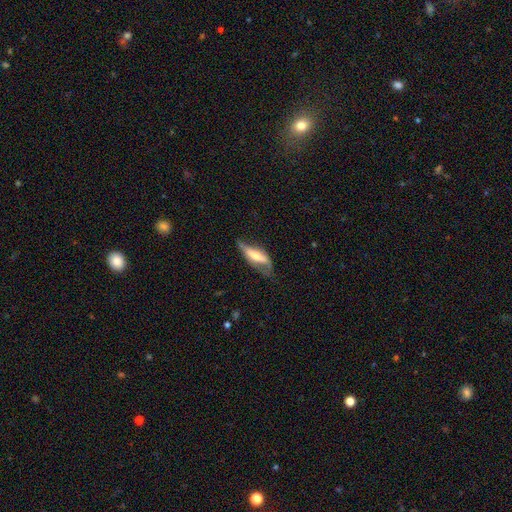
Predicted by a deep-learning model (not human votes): A featured or disk galaxy (55%) viewed edge-on (50%, tied with no).

Vote fractions:
- Smooth or featured? featured or disk: 55% / smooth: 39% / star or artifact: 6%
- Edge-on disk? yes: 50% (tied) / no: 50% (tied)
- Merging? none: 43% / minor disturbance: 33% / major disturbance: 22% / merger: 3%